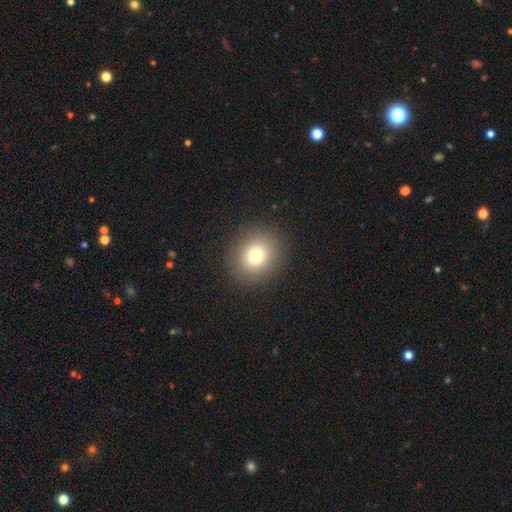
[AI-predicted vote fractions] A smooth galaxy with no disk features (77%) that is round (79%).

Vote fractions:
- Smooth or featured? smooth: 77% / star or artifact: 13% / featured or disk: 10%
- How rounded? round: 79% / in between: 20% / cigar-shaped: 1%
- Merging? none: 89% / minor disturbance: 7% / major disturbance: 3% / merger: 1%